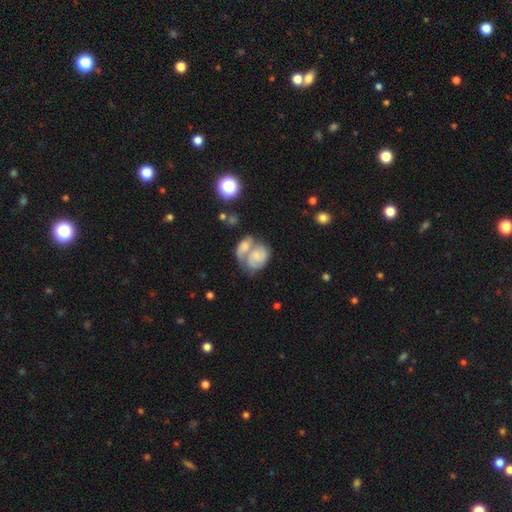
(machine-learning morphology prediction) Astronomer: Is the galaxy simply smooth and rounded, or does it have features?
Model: featured or disk — 54% (runner-up: smooth, 37%).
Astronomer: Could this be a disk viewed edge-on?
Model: no — 97%.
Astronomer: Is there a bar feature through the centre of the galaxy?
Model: no — 75%.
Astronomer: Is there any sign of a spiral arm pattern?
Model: yes — 76%.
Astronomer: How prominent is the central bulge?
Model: small — 41% (runner-up: none, 32%).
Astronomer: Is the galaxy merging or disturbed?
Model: merger — 55%.